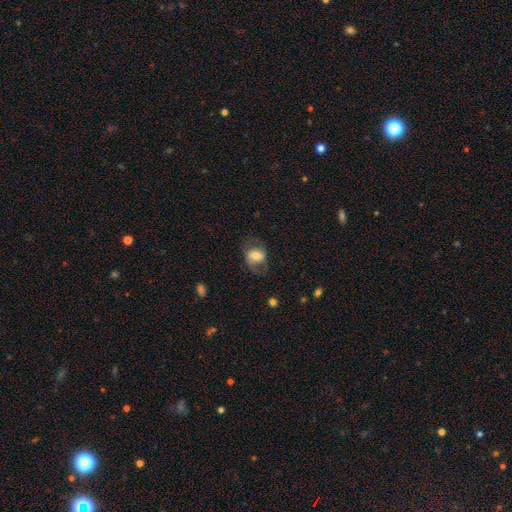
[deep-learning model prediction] The model was most divided on "how rounded": in between: 56%, round: 43%, cigar-shaped: 1%. More confident: smooth or featured — smooth (58%); merging — none (55%).